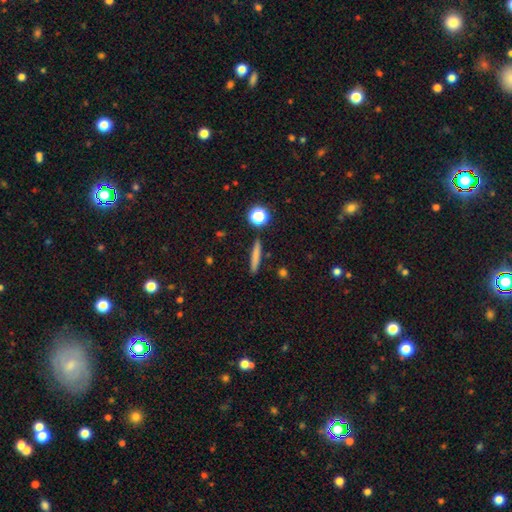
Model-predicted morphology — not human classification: Overall: smooth (74%). How rounded: cigar-shaped (90%). Merging: none (89%).